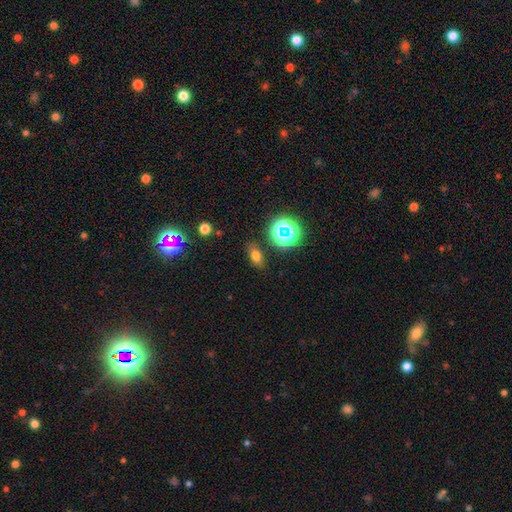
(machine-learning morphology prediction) Smooth or featured: smooth — 69% (star or artifact — 22%)
How rounded: in between — 79% (round — 16%)
Merging: none — 81% (minor disturbance — 12%)